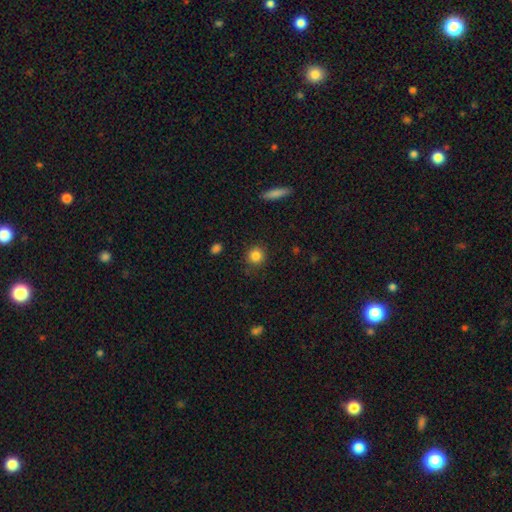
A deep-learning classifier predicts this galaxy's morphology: A smooth galaxy with no disk features (84%) that is round (91%).

Vote fractions:
- Smooth or featured? smooth: 84% / star or artifact: 10% / featured or disk: 5%
- How rounded? round: 91% / in between: 7% / cigar-shaped: 1%
- Merging? none: 88% / minor disturbance: 8% / major disturbance: 2% / merger: 1%